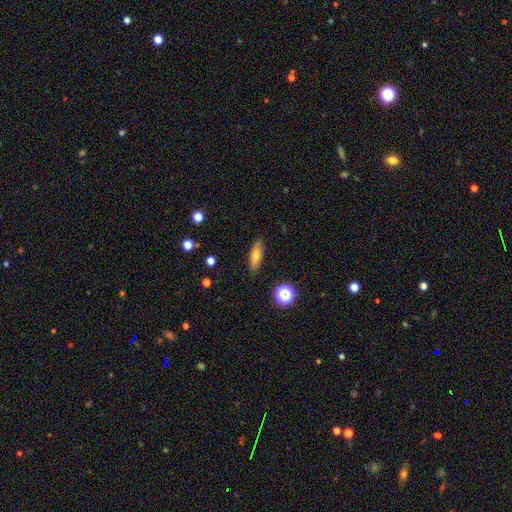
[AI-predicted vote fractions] This is likely a smooth galaxy (64%). How rounded: possibly in between (53%). Merging: clearly none (84%).